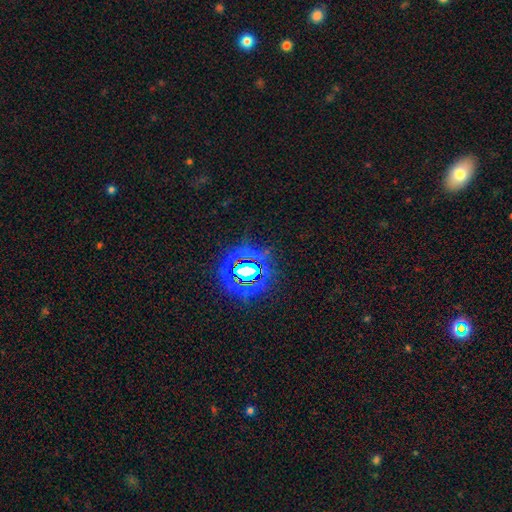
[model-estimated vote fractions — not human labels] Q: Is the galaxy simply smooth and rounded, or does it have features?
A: star or artifact — 77%.